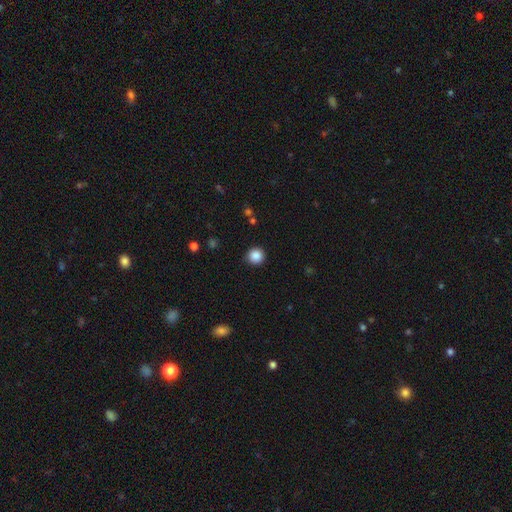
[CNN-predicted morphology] type=smooth (87%); roundness=round (94%); merging=none (90%).